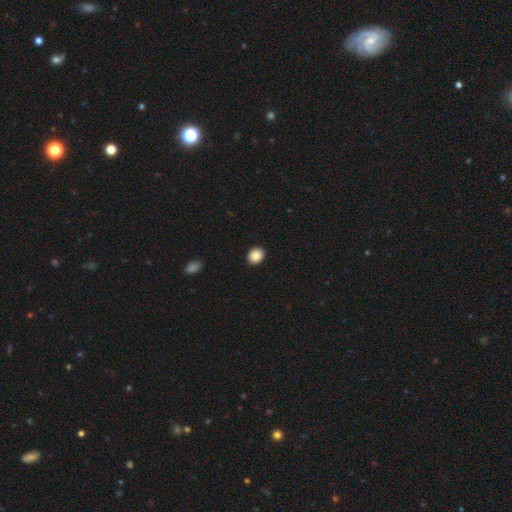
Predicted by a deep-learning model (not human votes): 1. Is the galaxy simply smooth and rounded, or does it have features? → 88% smooth, 9% star or artifact, 3% featured or disk.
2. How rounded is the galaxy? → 67% round, 33% in between, 1% cigar-shaped.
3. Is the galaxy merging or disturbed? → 92% none, 5% minor disturbance, 2% major disturbance, 1% merger.